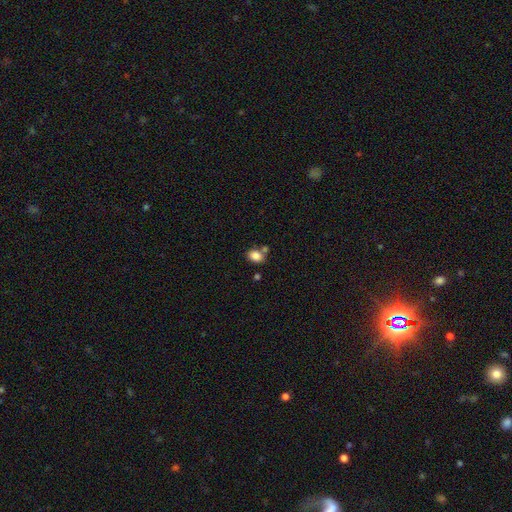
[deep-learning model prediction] A smooth galaxy with no disk features (85%) that is in between round and cigar-shaped (61%). Merging: none (64%).